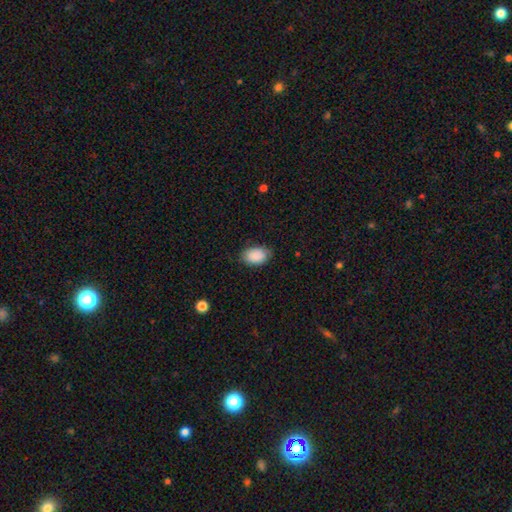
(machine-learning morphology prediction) A smooth galaxy with no disk features (89%) that is in between round and cigar-shaped (88%). Merging: none (81%).